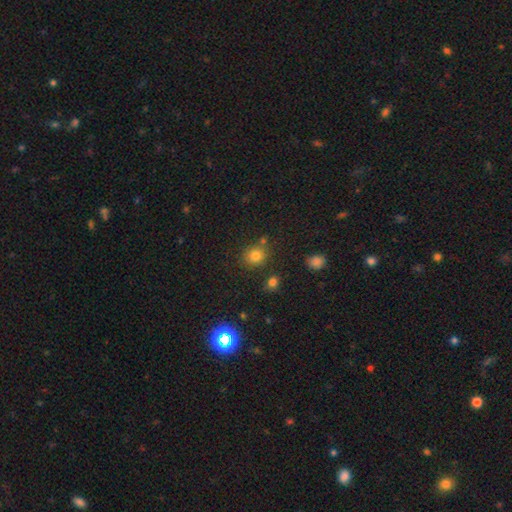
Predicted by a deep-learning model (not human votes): smooth 78%, star or artifact 15%, featured or disk 6%. Down the decision tree: how rounded — round (79%); merging — none (75%).